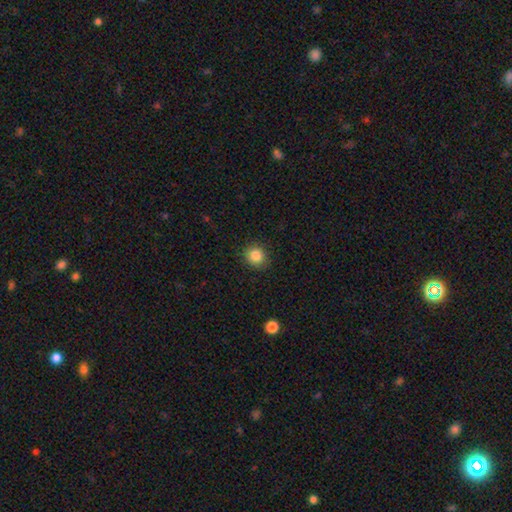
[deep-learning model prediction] smooth_or_featured: smooth (p=0.85) [alt: star or artifact p=0.10]
how_rounded: round (p=0.88) [alt: in between p=0.11]
merging: none (p=0.90) [alt: minor disturbance p=0.07]